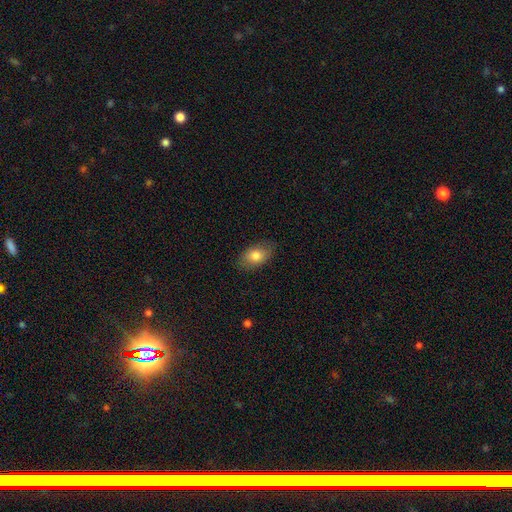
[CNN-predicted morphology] A smooth galaxy with no disk features (81%) that is in between round and cigar-shaped (88%). Merging: none (84%).